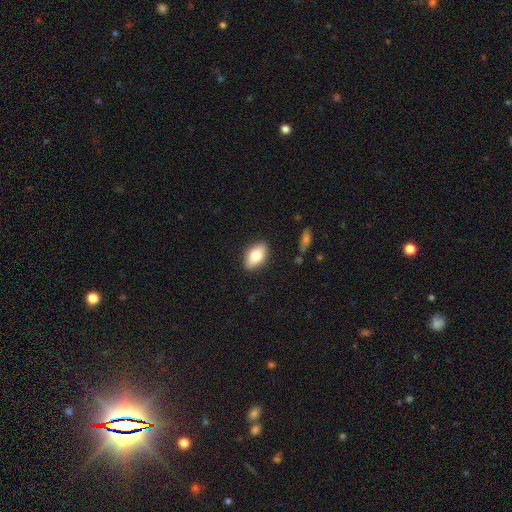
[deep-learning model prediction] Smooth or featured?
  - smooth: 75% *
  - featured or disk: 18%
  - star or artifact: 7%
How rounded?
  - in between: 90% *
  - round: 6%
  - cigar-shaped: 4%
Merging?
  - none: 87% *
  - minor disturbance: 10%
  - major disturbance: 2%
  - merger: 1%